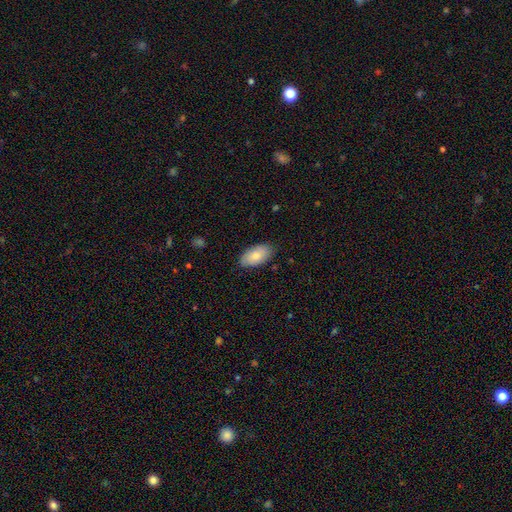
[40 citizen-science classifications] Morphology: type=smooth (72%); roundness=in between (97%); merging=none (79%).